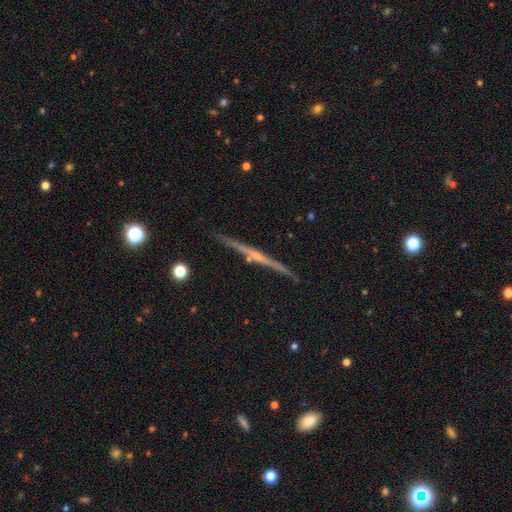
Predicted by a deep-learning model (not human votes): This is likely a featured or disk galaxy (77%). It is clearly viewed edge-on (98%). Edge-on bulge: possibly none (49%). Merging: clearly none (89%).